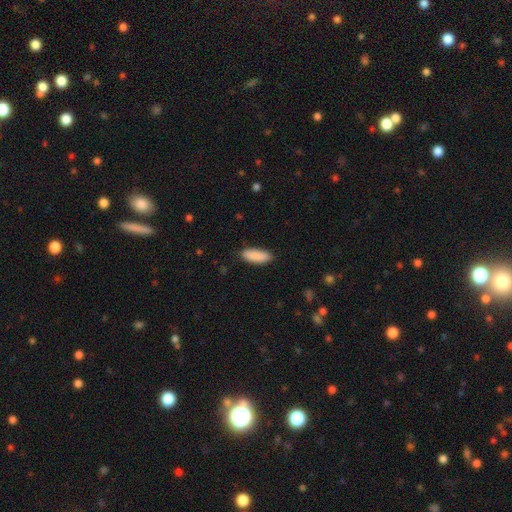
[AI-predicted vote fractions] Smooth or featured: smooth — 90% (star or artifact — 6%)
How rounded: in between — 70% (cigar-shaped — 28%)
Merging: none — 88% (minor disturbance — 9%)